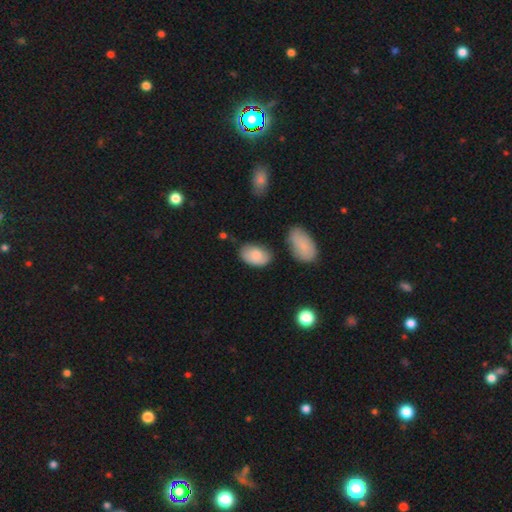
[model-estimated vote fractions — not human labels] Morphology: type=smooth (82%); roundness=in between (91%); merging=none (64%).